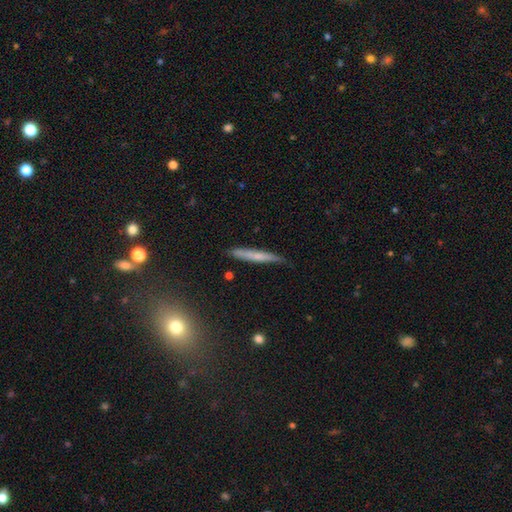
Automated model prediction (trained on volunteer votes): smooth-or-featured: smooth: 56% | featured or disk: 37% | star or artifact: 7%
  how-rounded: cigar-shaped: 95% | in between: 3% | round: 2%
  merging: none: 84% | minor disturbance: 12% | major disturbance: 2% | merger: 2%